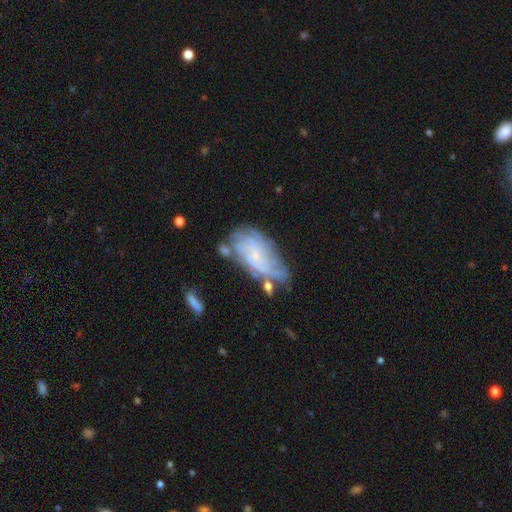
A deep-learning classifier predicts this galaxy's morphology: This is likely a featured or disk galaxy (69%). It is clearly not viewed edge-on (95%). Bar: likely no (70%). Spiral arm pattern: clearly yes (82%). Spiral arm count: possibly can't tell (53%). Spiral winding: possibly tight (51%). Central bulge: likely small (71%). Merging: marginally none (45%).